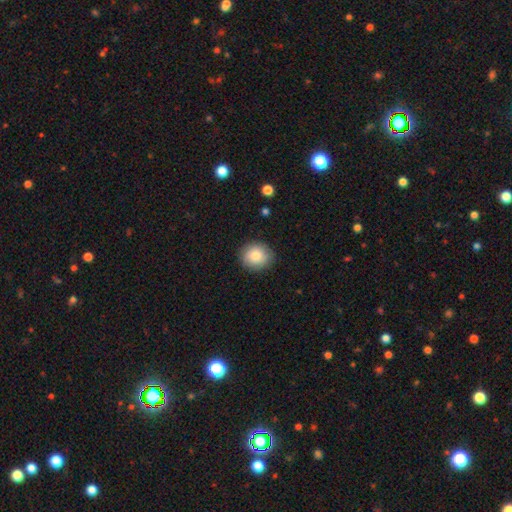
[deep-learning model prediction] smooth-or-featured: smooth: 83% | featured or disk: 9% | star or artifact: 8%
  how-rounded: round: 80% | in between: 19% | cigar-shaped: 1%
  merging: none: 86% | minor disturbance: 10% | major disturbance: 2% | merger: 1%